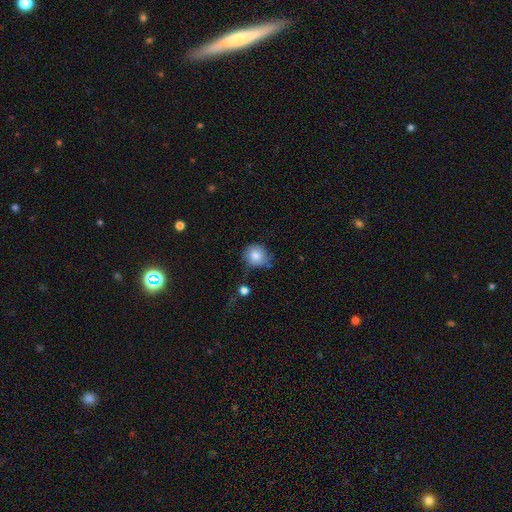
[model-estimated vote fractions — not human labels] smooth_or_featured: smooth (p=0.83) [alt: featured or disk p=0.09]
how_rounded: round (p=0.85) [alt: in between p=0.14]
merging: none (p=0.67) [alt: minor disturbance p=0.23]